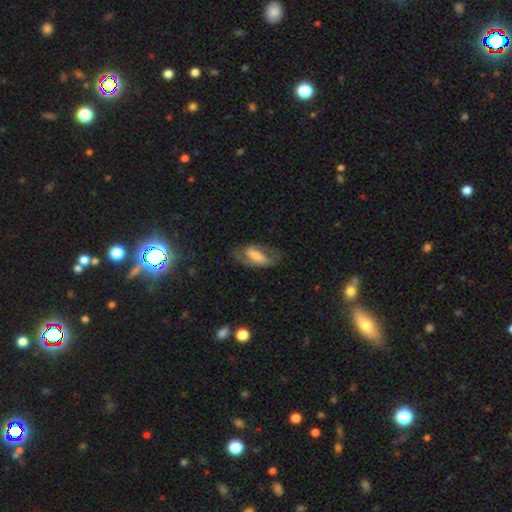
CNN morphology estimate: Overall: featured or disk (53%; smooth 39%). Edge-on disk: no (89%). Merging: none (58%; minor disturbance 22%).